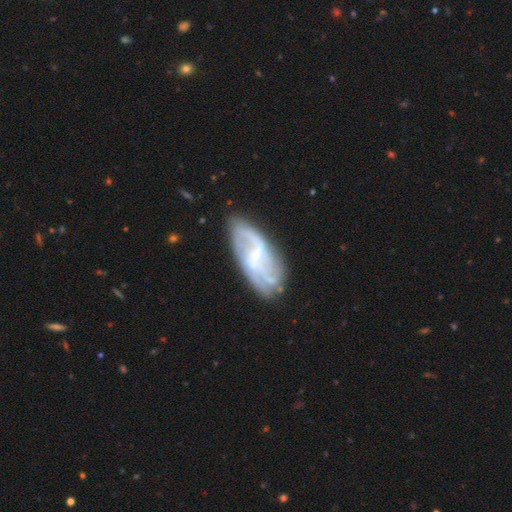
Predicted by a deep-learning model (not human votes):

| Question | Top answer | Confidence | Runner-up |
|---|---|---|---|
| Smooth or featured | featured or disk | 73% | smooth (19%) |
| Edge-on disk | no | 93% | yes (7%) |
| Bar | weak | 50% | no (30%) |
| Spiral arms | yes | 83% | no (17%) |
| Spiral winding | loose | 39% | medium (37%) |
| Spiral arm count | can't tell | 39% | 2 (34%) |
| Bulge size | small | 55% | none (25%) |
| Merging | none | 67% | minor disturbance (20%) |